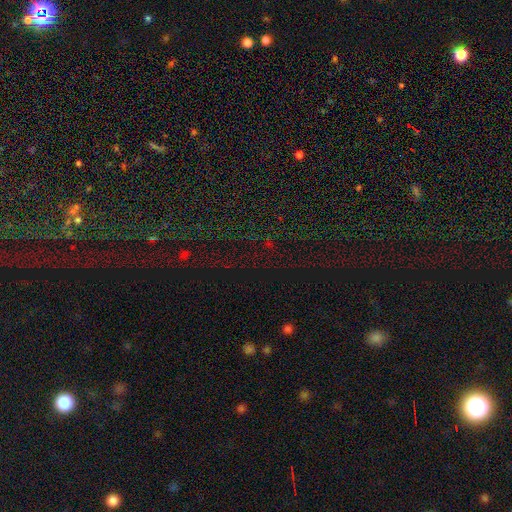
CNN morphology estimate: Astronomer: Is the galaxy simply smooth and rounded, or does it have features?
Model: star or artifact — 77%.